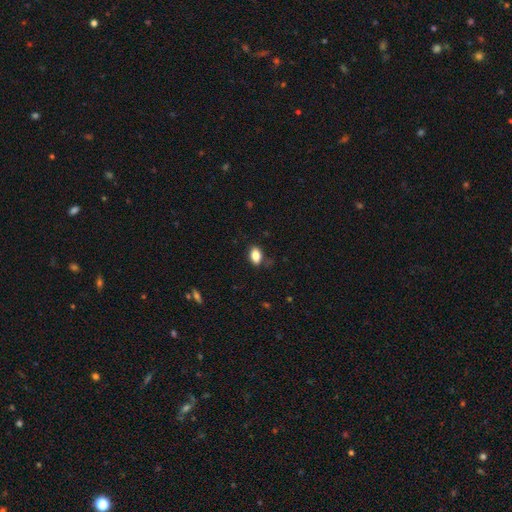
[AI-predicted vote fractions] A smooth galaxy with no disk features (84%) that is in between round and cigar-shaped (87%).

Vote fractions:
- Smooth or featured? smooth: 84% / star or artifact: 9% / featured or disk: 7%
- How rounded? in between: 87% / round: 10% / cigar-shaped: 2%
- Merging? none: 78% / minor disturbance: 16% / major disturbance: 4% / merger: 2%